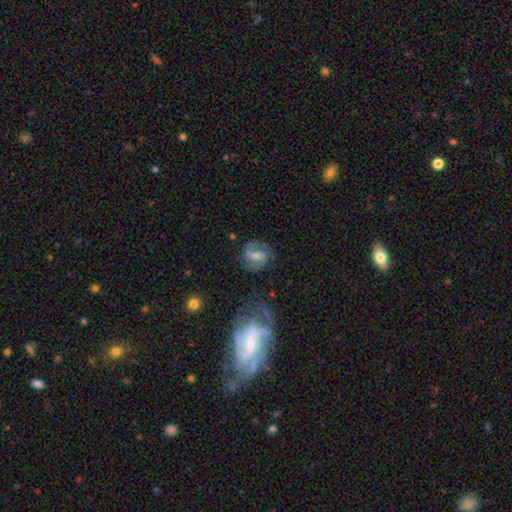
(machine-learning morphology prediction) The model was most divided on "bulge size": moderate: 42%, small: 41%, none: 12%, large: 4%, dominant: 1%. Remaining: edge-on disk — no (97%); spiral arms — yes (96%); spiral arm count — 2 (91%); smooth or featured — featured or disk (83%); merging — none (77%); spiral winding — medium (56%); bar — weak (48%).